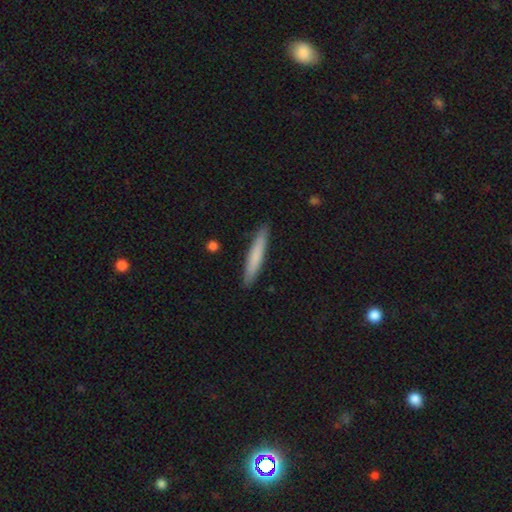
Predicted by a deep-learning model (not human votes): Smooth or featured: smooth — 75% (featured or disk — 20%)
How rounded: cigar-shaped — 94% (in between — 5%)
Merging: none — 90% (minor disturbance — 7%)